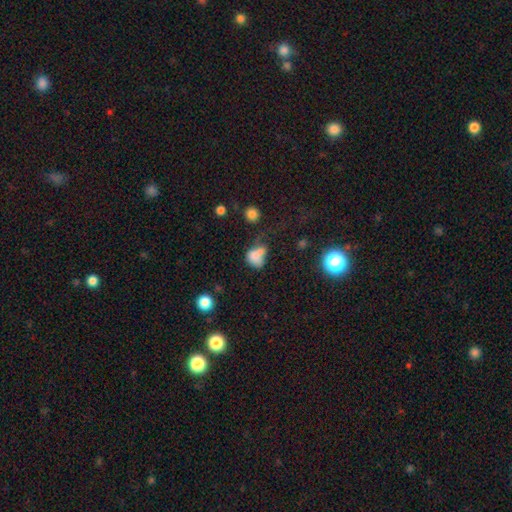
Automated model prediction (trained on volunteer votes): The model was most divided on "how rounded": in between: 57%, round: 41%, cigar-shaped: 2%. Remaining: smooth or featured — smooth (71%); merging — merger (43%).